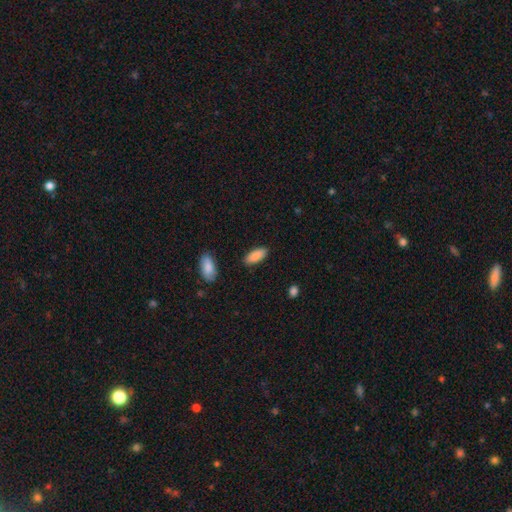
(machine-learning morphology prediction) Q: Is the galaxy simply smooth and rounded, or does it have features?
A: smooth — 89%.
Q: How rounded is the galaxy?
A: in between — 84%.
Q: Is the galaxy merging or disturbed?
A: none — 87%.